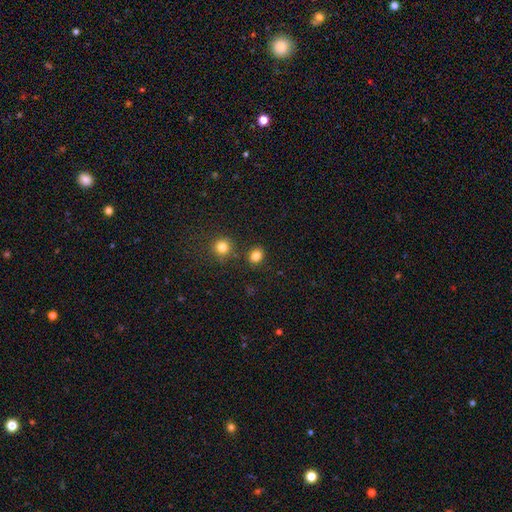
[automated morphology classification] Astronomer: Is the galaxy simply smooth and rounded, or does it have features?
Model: smooth — 83%.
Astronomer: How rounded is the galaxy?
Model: round — 59% (runner-up: in between, 40%).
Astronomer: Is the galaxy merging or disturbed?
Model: none — 83%.